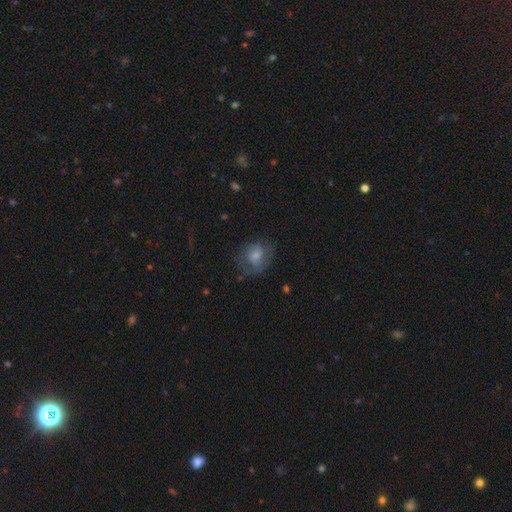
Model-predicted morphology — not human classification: smooth-or-featured: smooth: 48% | featured or disk: 43% | star or artifact: 9%
  merging: none: 56% | minor disturbance: 24% | major disturbance: 19% | merger: 2%